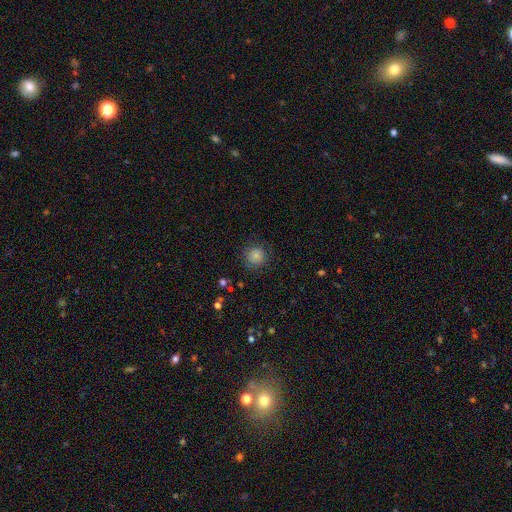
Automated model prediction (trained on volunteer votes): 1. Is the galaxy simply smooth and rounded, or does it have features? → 84% smooth, 11% star or artifact, 5% featured or disk.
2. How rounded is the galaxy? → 93% round, 6% in between, 1% cigar-shaped.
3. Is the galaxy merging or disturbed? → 86% none, 9% minor disturbance, 4% major disturbance, 1% merger.